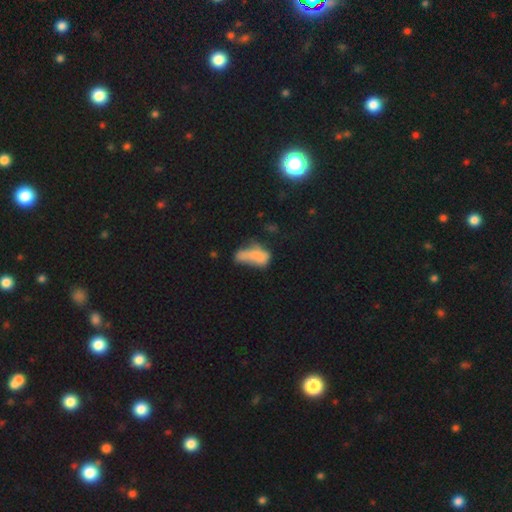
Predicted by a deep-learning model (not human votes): This is likely a smooth galaxy (68%). How rounded: likely in between (75%). Merging: marginally major disturbance (32%).